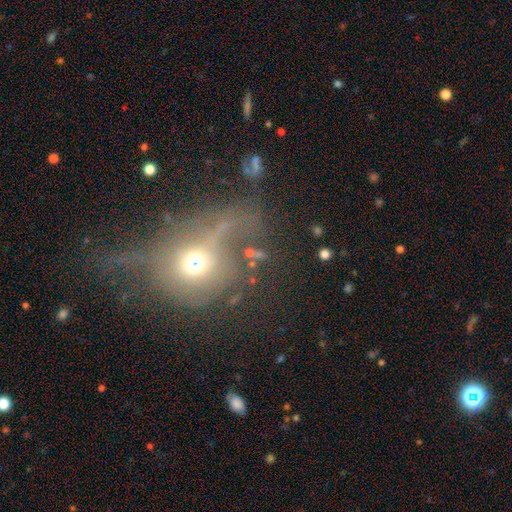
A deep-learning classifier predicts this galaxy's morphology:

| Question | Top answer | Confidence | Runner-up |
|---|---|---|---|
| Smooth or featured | smooth | 40% | featured or disk (35%) |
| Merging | major disturbance | 42% | none (30%) |